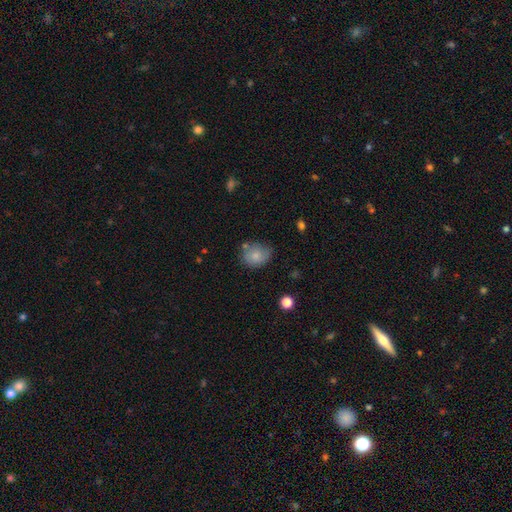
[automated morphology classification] A smooth galaxy with no disk features (78%) that is round (57%). Merging: none (61%).